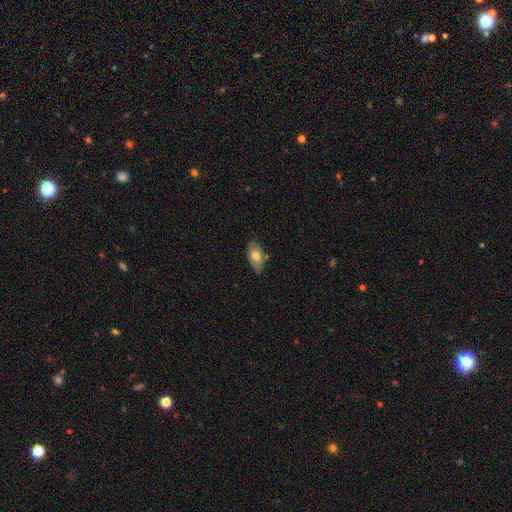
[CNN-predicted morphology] This appears to be a smooth galaxy with no disk features (63%) that is in between round and cigar-shaped (92%). Merging: none (71%).